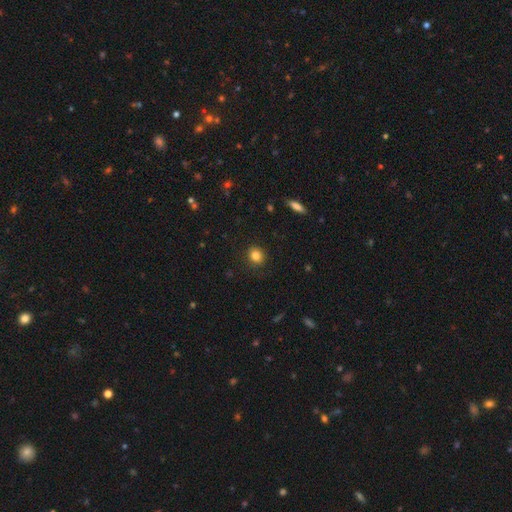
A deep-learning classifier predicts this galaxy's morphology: A smooth galaxy with no disk features (84%) that is round (79%).

Vote fractions:
- Smooth or featured? smooth: 84% / star or artifact: 10% / featured or disk: 5%
- How rounded? round: 79% / in between: 20% / cigar-shaped: 1%
- Merging? none: 89% / minor disturbance: 8% / major disturbance: 2% / merger: 1%